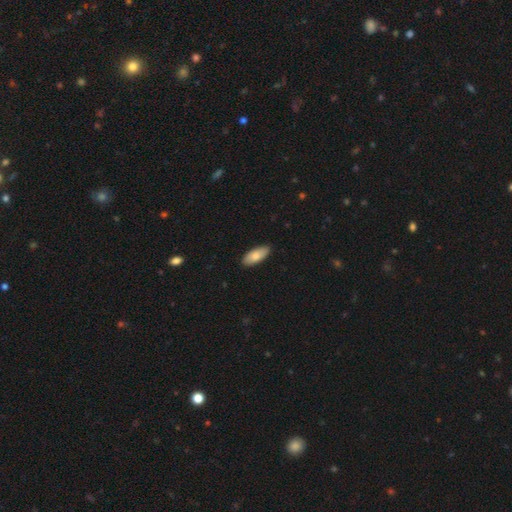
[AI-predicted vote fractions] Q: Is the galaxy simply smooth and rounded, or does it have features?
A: smooth — 81%.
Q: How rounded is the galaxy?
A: in between — 84%.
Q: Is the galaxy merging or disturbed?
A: none — 88%.